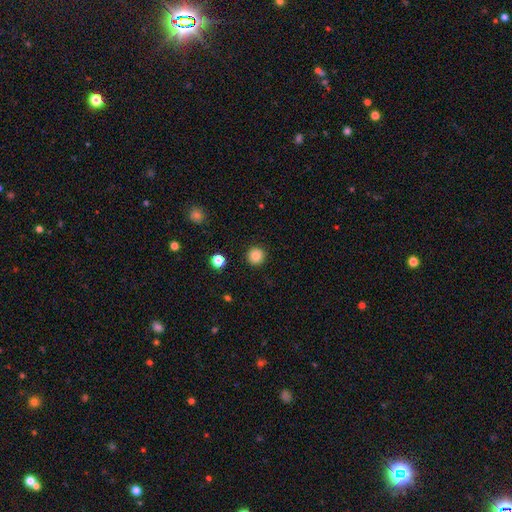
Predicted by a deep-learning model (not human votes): This appears to be a smooth galaxy with no disk features (84%) that is round (95%). Merging: none (92%).